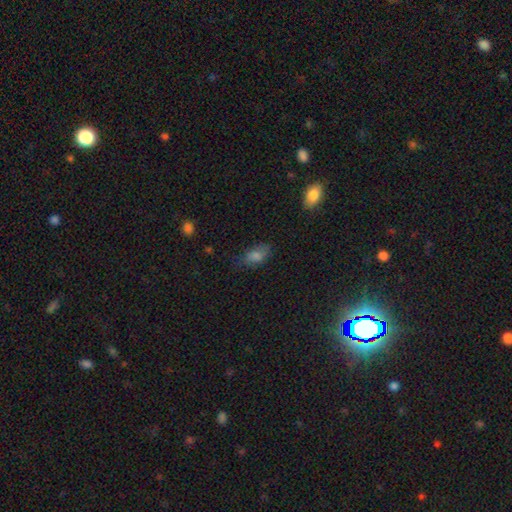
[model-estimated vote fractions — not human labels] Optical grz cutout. It shows a smooth galaxy with no disk features (76%) that is in between round and cigar-shaped (86%). Merging: none (68%).